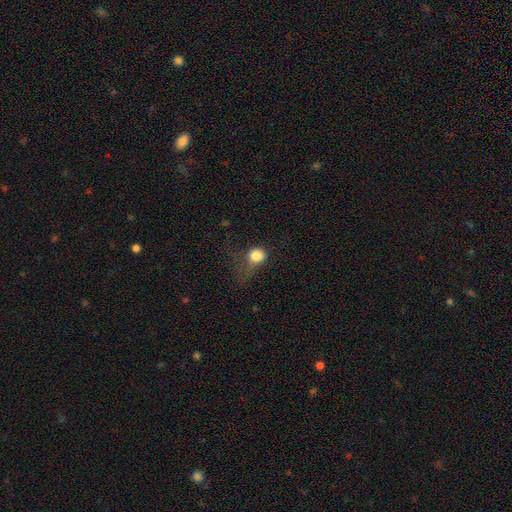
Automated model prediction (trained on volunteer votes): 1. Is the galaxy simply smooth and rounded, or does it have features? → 80% smooth, 11% star or artifact, 9% featured or disk.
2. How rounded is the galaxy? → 69% round, 30% in between, 1% cigar-shaped.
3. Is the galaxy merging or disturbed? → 46% major disturbance, 25% none, 24% minor disturbance, 4% merger.